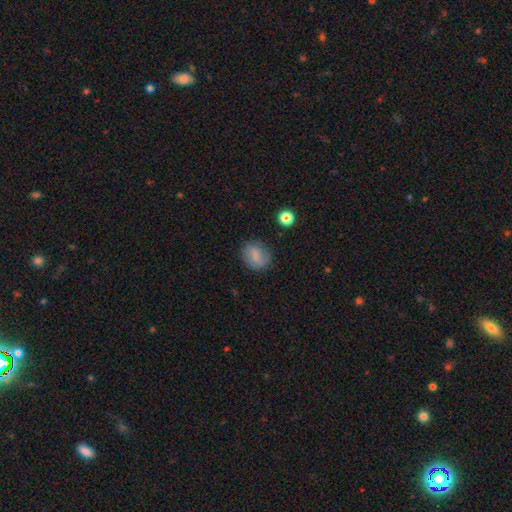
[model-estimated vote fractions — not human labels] Q: Smooth or featured?
A: smooth (75%); runner-up: featured or disk (16%)
Q: How rounded?
A: round (57%); runner-up: in between (42%)
Q: Merging?
A: none (78%); runner-up: minor disturbance (16%)